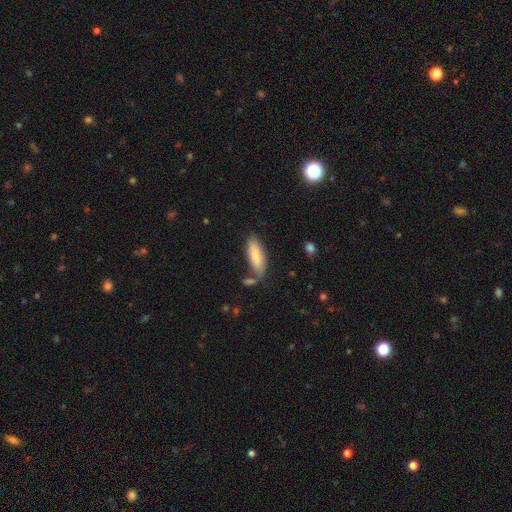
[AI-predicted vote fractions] A smooth galaxy with no disk features (76%) that is in between round and cigar-shaped (65%).

Vote fractions:
- Smooth or featured? smooth: 76% / featured or disk: 18% / star or artifact: 6%
- How rounded? in between: 65% / cigar-shaped: 34% / round: 2%
- Merging? none: 63% / minor disturbance: 19% / merger: 13% / major disturbance: 5%